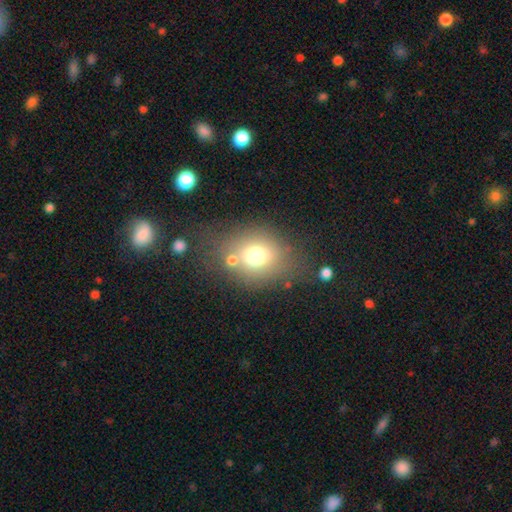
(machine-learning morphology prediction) Q: Smooth or featured?
A: smooth (68%); runner-up: featured or disk (16%)
Q: How rounded?
A: round (59%); runner-up: in between (39%)
Q: Merging?
A: none (62%); runner-up: merger (15%)